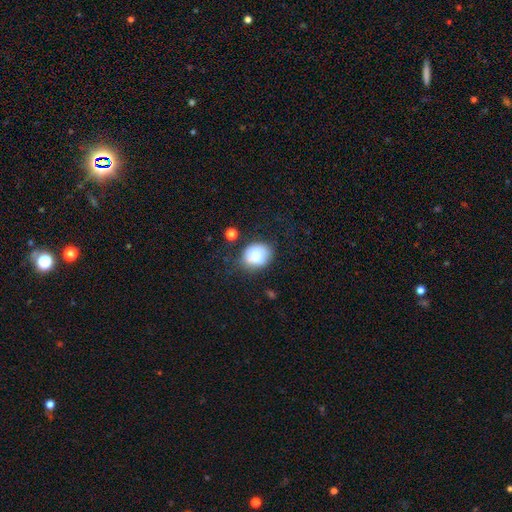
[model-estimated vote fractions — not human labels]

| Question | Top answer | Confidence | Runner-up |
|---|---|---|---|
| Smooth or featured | smooth | 75% | featured or disk (16%) |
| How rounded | round | 56% | in between (43%) |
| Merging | none | 67% | minor disturbance (22%) |